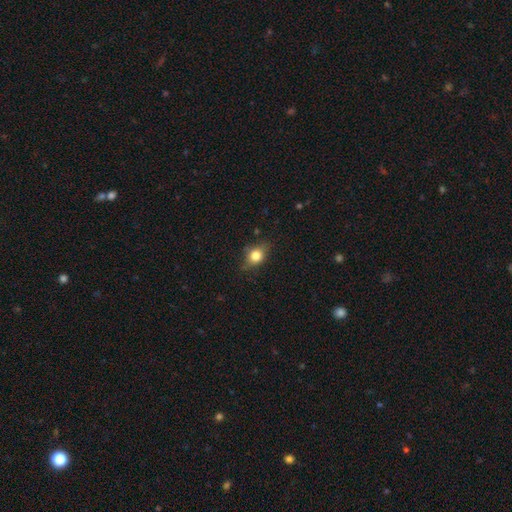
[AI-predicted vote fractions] Smooth or featured? smooth (76%)
How rounded? round (49%)
Merging? none (71%)